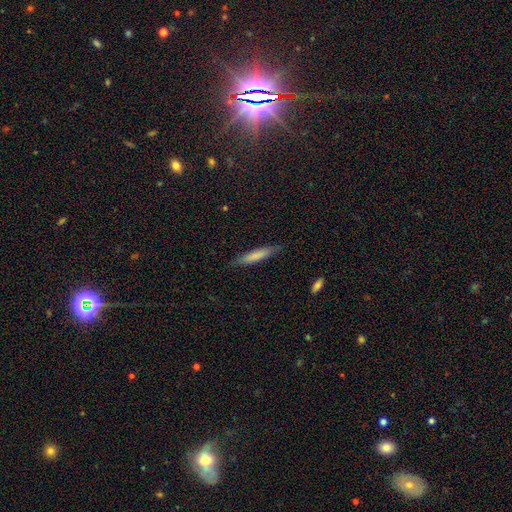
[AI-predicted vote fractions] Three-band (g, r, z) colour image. It shows a smooth galaxy with no disk features (73%) that is cigar-shaped (88%). Merging: none (83%).